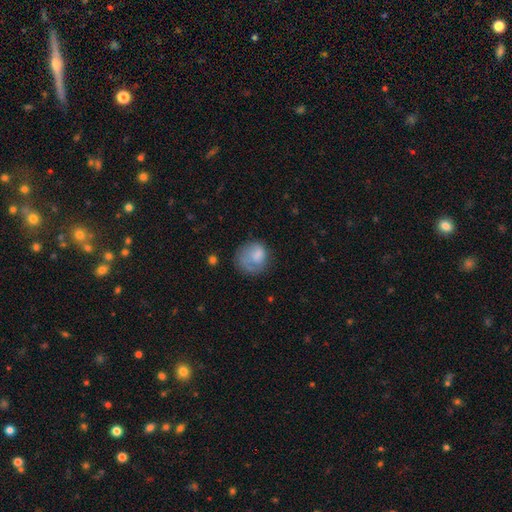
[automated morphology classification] A smooth galaxy with no disk features (69%) that is round (70%).

Vote fractions:
- Smooth or featured? smooth: 69% / featured or disk: 24% / star or artifact: 7%
- How rounded? round: 70% / in between: 29% / cigar-shaped: 1%
- Merging? none: 44% / major disturbance: 28% / minor disturbance: 25% / merger: 3%